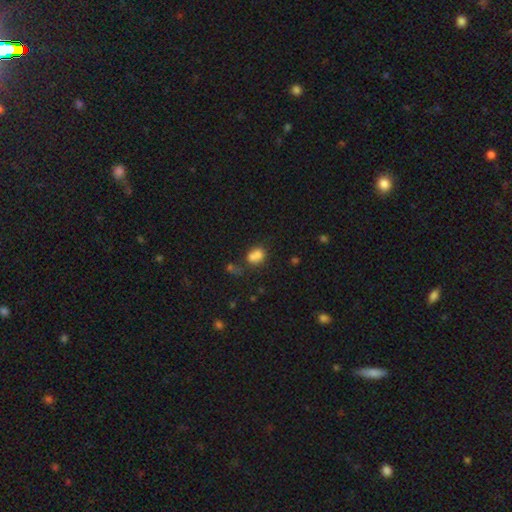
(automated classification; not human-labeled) A smooth galaxy with no disk features (72%) that is round (54%).

Vote fractions:
- Smooth or featured? smooth: 72% / featured or disk: 15% / star or artifact: 13%
- How rounded? round: 54% / in between: 44% / cigar-shaped: 1%
- Merging? merger: 55% / none: 28% / minor disturbance: 11% / major disturbance: 7%